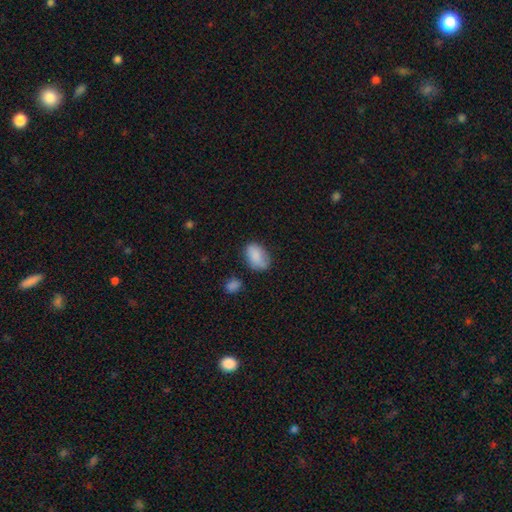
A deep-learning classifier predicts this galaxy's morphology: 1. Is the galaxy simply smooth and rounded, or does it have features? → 86% smooth, 7% star or artifact, 7% featured or disk.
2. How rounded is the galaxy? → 88% in between, 10% round, 1% cigar-shaped.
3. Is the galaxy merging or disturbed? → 65% none, 24% minor disturbance, 6% major disturbance, 4% merger.